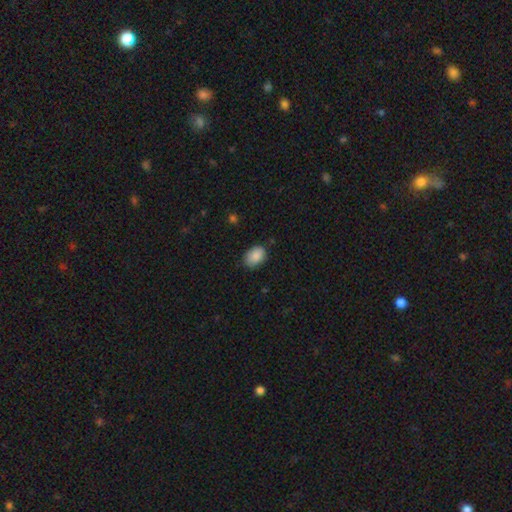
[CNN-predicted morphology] Q: Smooth or featured?
A: smooth (88%); runner-up: star or artifact (7%)
Q: How rounded?
A: in between (82%); runner-up: round (17%)
Q: Merging?
A: none (77%); runner-up: minor disturbance (18%)